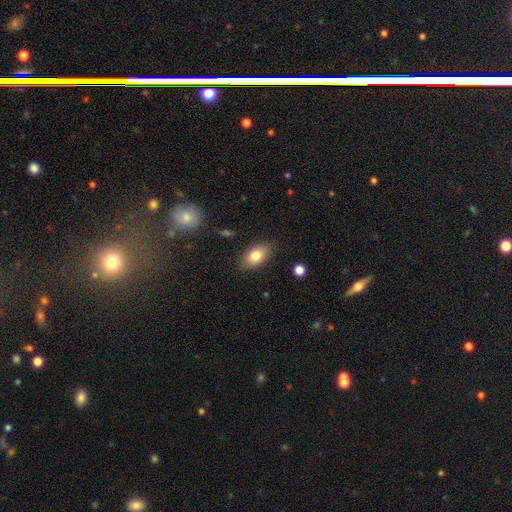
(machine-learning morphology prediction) A smooth galaxy with no disk features (81%) that is in between round and cigar-shaped (90%). Merging: none (83%).